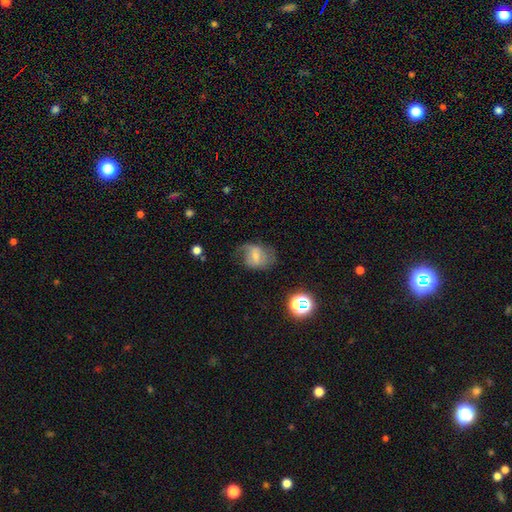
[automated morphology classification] Smooth or featured?
  - featured or disk: 46% *
  - smooth: 43%
  - star or artifact: 11%
Merging?
  - none: 49% *
  - minor disturbance: 28%
  - major disturbance: 21%
  - merger: 2%